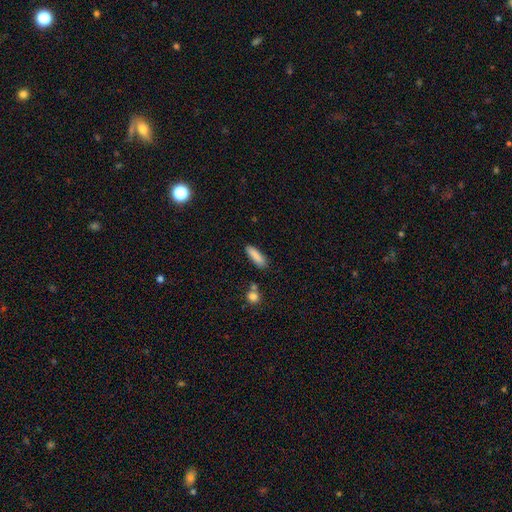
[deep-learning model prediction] smooth 87%, star or artifact 7%, featured or disk 6%. Down the decision tree: how rounded — cigar-shaped (60%); merging — none (81%).